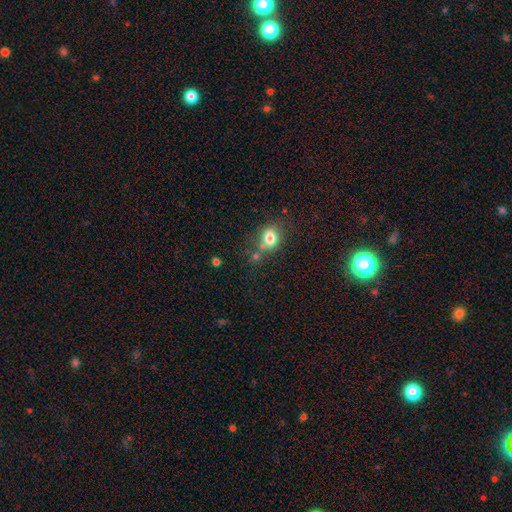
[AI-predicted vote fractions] Q: Smooth or featured?
A: smooth (70%); runner-up: star or artifact (17%)
Q: How rounded?
A: in between (54%); runner-up: round (44%)
Q: Merging?
A: none (51%); runner-up: merger (26%)